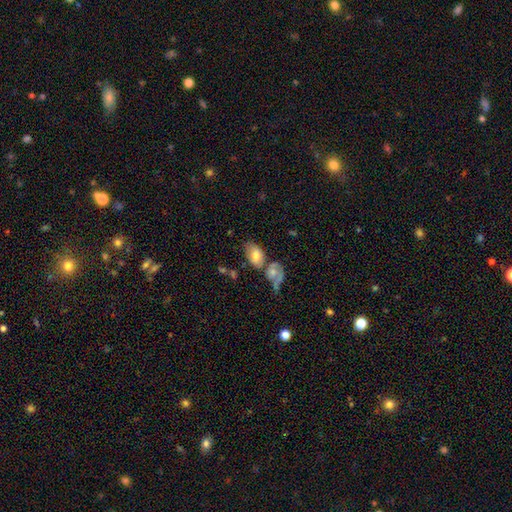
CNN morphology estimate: A smooth galaxy with no disk features (71%) that is in between round and cigar-shaped (90%).

Vote fractions:
- Smooth or featured? smooth: 71% / featured or disk: 22% / star or artifact: 7%
- How rounded? in between: 90% / round: 8% / cigar-shaped: 2%
- Merging? merger: 36% / none: 35% / minor disturbance: 18% / major disturbance: 11%